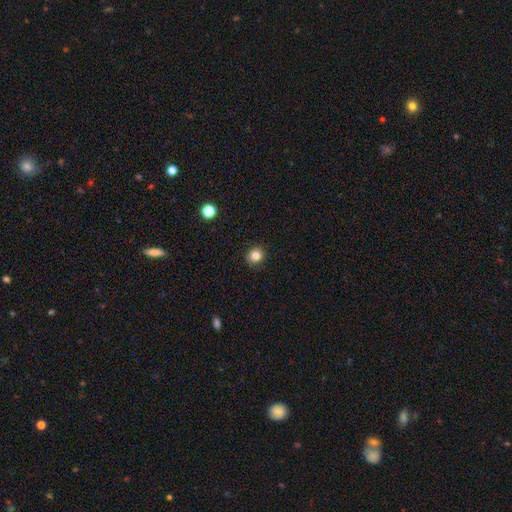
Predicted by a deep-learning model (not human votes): smooth 83%, star or artifact 12%, featured or disk 5%. Down the decision tree: how rounded — round (87%); merging — none (90%).